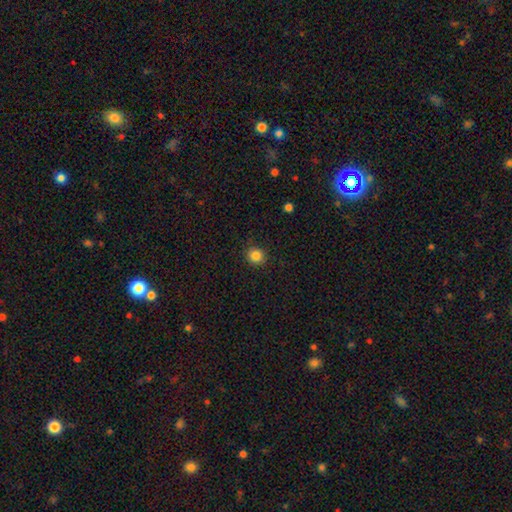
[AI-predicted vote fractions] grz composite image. It shows a smooth galaxy with no disk features (85%) that is round (89%). Merging: none (90%).